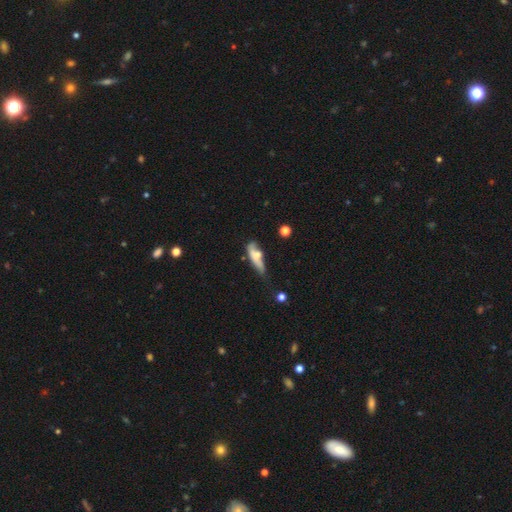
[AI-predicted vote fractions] This appears to be a smooth galaxy with no disk features (55%) that is cigar-shaped (53%). Merging: none (34%).